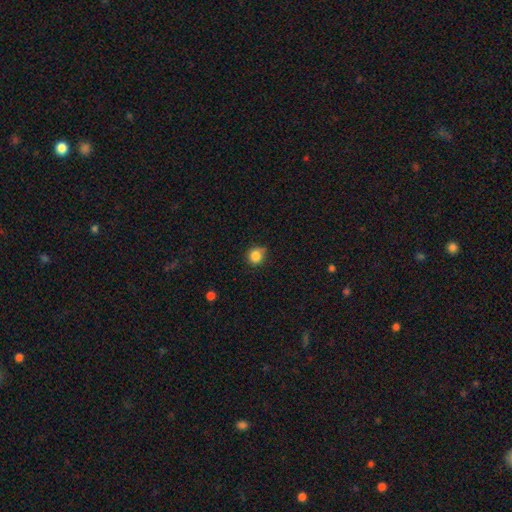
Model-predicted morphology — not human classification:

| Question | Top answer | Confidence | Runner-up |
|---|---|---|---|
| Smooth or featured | smooth | 84% | star or artifact (11%) |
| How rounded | round | 87% | in between (12%) |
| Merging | none | 70% | minor disturbance (24%) |